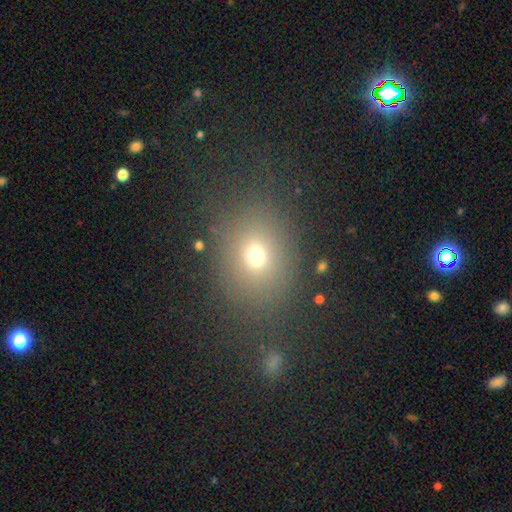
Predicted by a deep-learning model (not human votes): The model was most divided on "how rounded": round: 55%, in between: 43%, cigar-shaped: 2%. More confident: merging — none (79%); smooth or featured — smooth (68%).